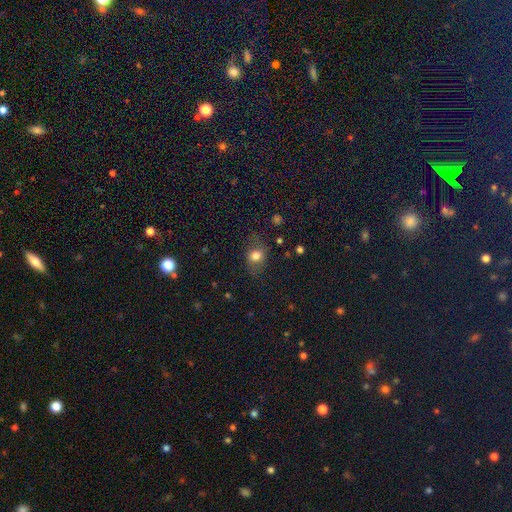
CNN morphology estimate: This is likely a smooth galaxy (72%). How rounded: possibly round (50%). Merging: likely none (71%).